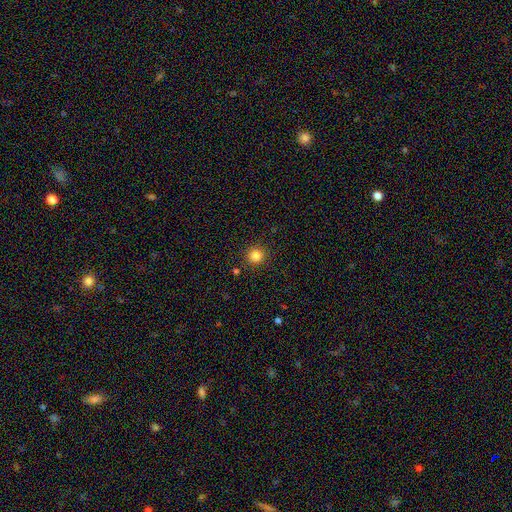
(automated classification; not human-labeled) Smooth or featured?
  - smooth: 83% *
  - star or artifact: 13%
  - featured or disk: 4%
How rounded?
  - round: 95% *
  - in between: 4%
  - cigar-shaped: 1%
Merging?
  - none: 90% *
  - minor disturbance: 6%
  - major disturbance: 2%
  - merger: 2%